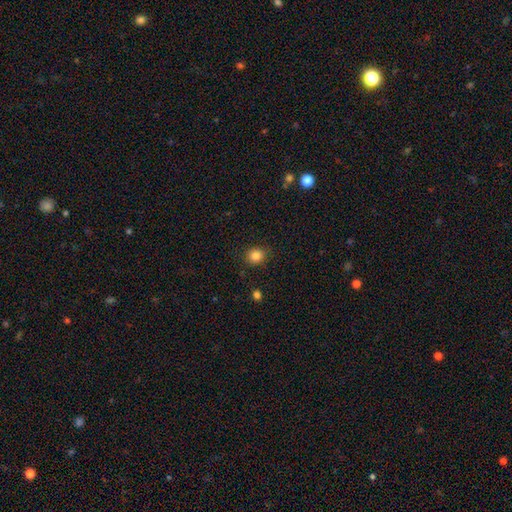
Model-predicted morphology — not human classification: This is clearly a smooth galaxy (84%). How rounded: likely round (79%). Merging: clearly none (86%).